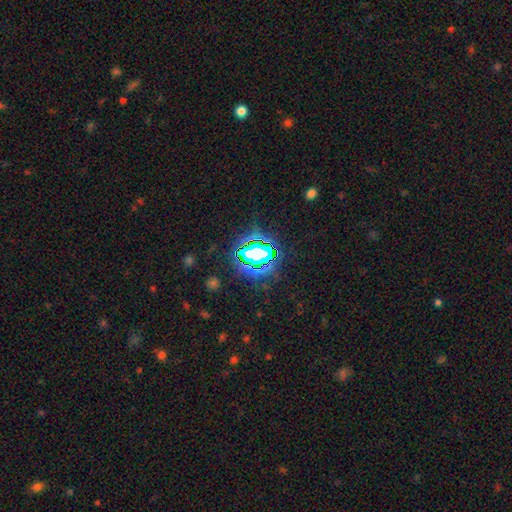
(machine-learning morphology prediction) smooth_or_featured: star or artifact (p=0.71) [alt: smooth p=0.16]